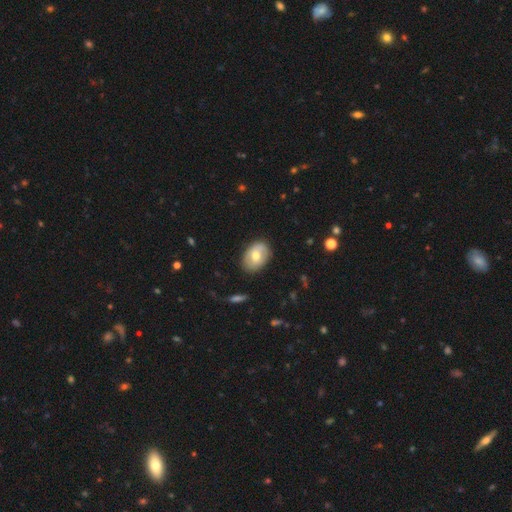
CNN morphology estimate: smooth-or-featured: smooth: 60% | featured or disk: 33% | star or artifact: 7%
  how-rounded: in between: 77% | round: 22% | cigar-shaped: 1%
  merging: none: 82% | minor disturbance: 13% | major disturbance: 3% | merger: 1%